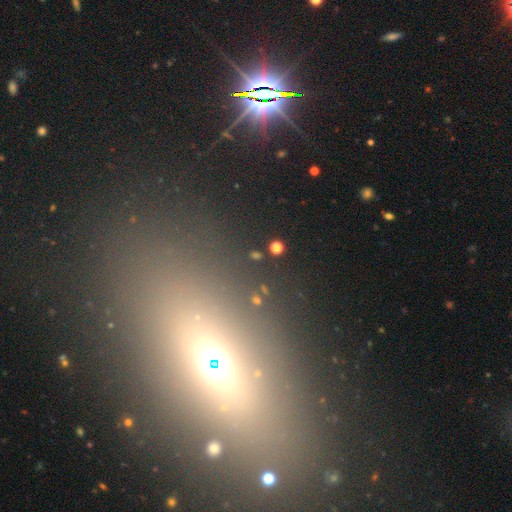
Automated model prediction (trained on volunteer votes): Q: Smooth or featured?
A: star or artifact (58%); runner-up: smooth (30%)